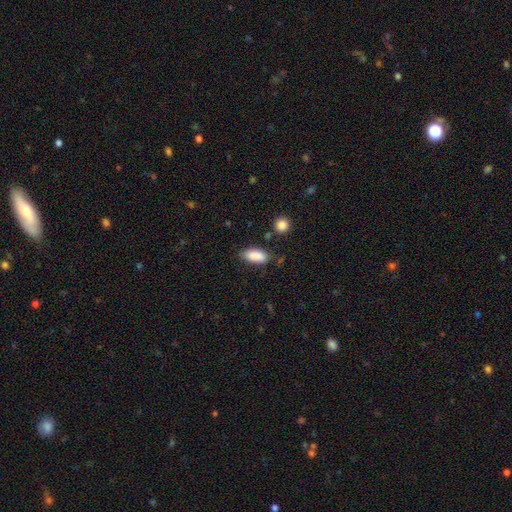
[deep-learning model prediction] Q: Smooth or featured?
A: smooth (89%); runner-up: star or artifact (7%)
Q: How rounded?
A: in between (88%); runner-up: cigar-shaped (9%)
Q: Merging?
A: none (77%); runner-up: minor disturbance (16%)